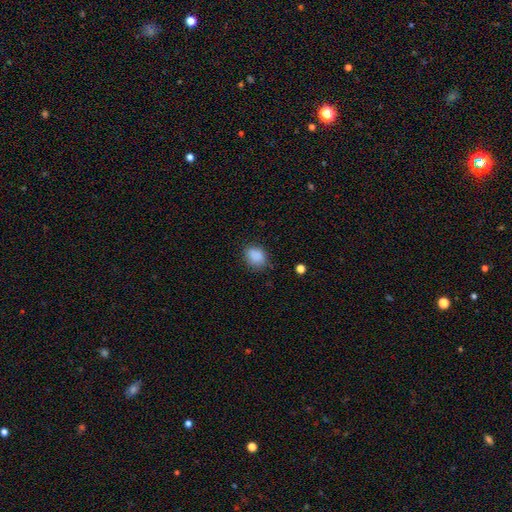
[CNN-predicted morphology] Smooth or featured? smooth (87%)
How rounded? in between (53%)
Merging? none (77%)